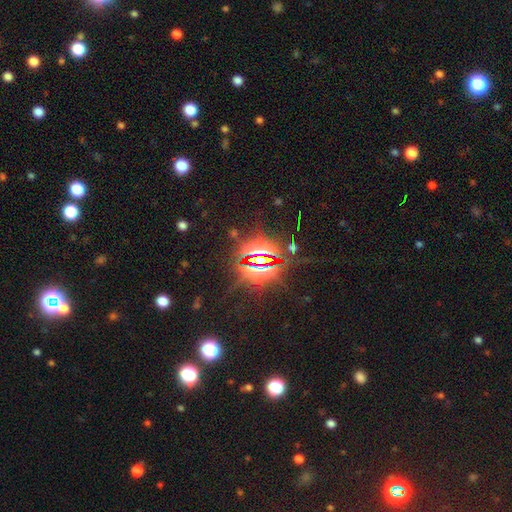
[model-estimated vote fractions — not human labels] star or artifact 82%, smooth 11%, featured or disk 7%.